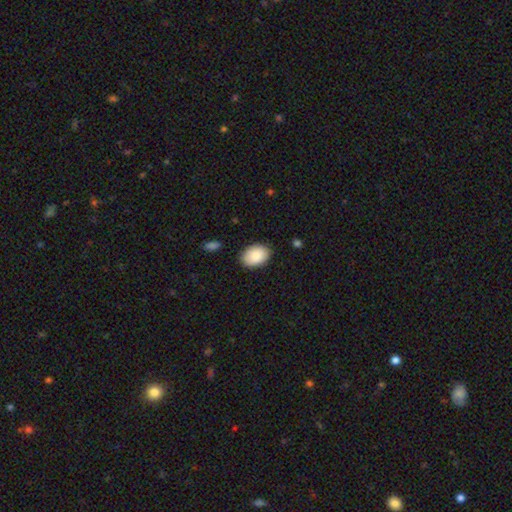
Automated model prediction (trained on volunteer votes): Overall: smooth (89%). How rounded: in between (86%). Merging: none (86%).